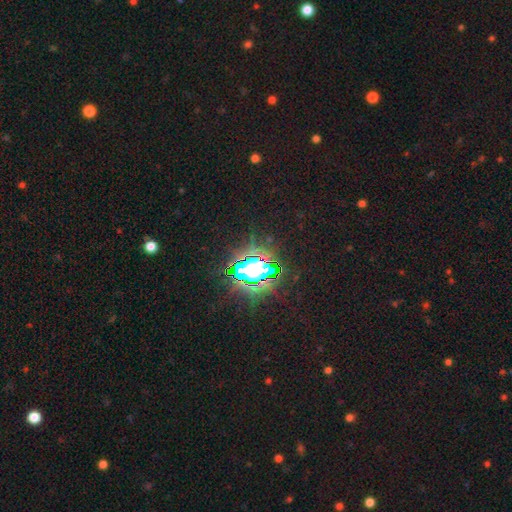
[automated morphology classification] smooth_or_featured: star or artifact (p=0.82) [alt: smooth p=0.11]